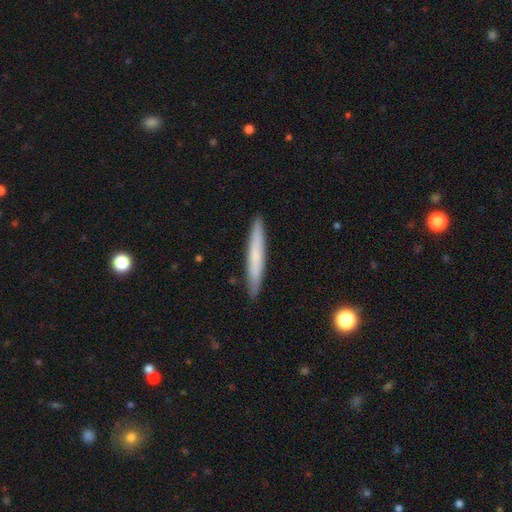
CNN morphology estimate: Smooth or featured?
  - smooth: 64% *
  - featured or disk: 30%
  - star or artifact: 6%
How rounded?
  - cigar-shaped: 96% *
  - in between: 3%
  - round: 1%
Merging?
  - none: 90% *
  - minor disturbance: 7%
  - major disturbance: 1%
  - merger: 1%